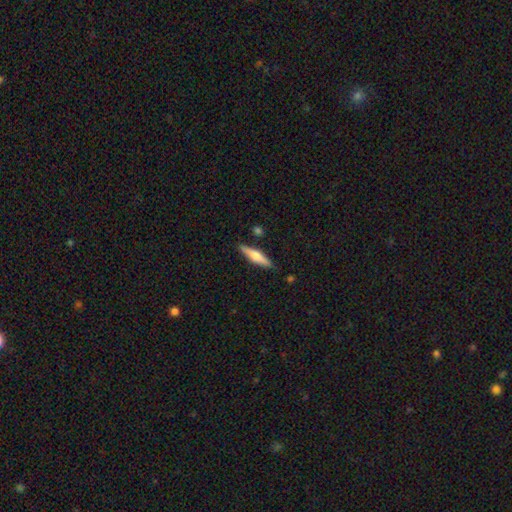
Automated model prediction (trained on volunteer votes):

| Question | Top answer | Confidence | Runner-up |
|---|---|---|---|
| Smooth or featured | smooth | 49% | featured or disk (45%) |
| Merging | none | 86% | minor disturbance (10%) |